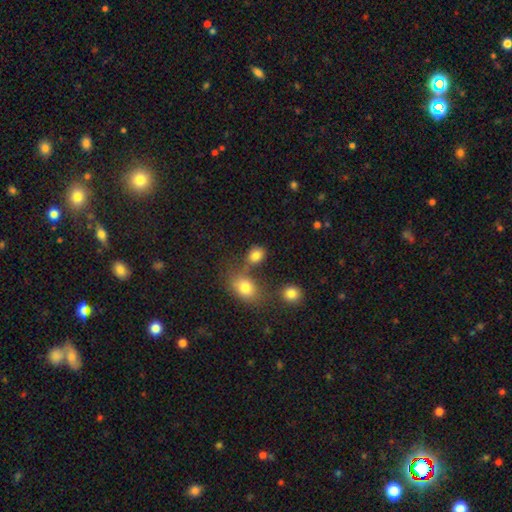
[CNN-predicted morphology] Overall: smooth (82%). How rounded: round (50%; in between 49%). Merging: none (63%).